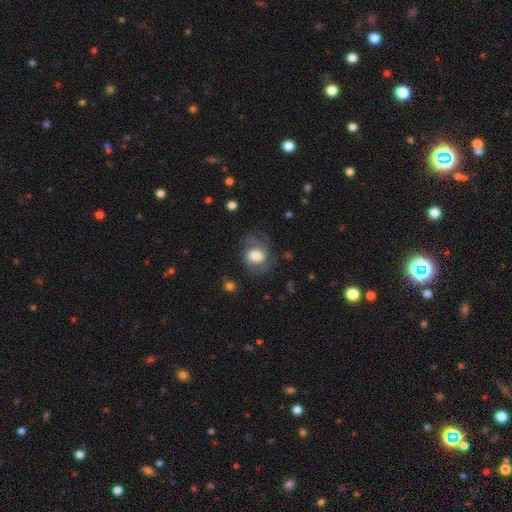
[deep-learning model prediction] smooth-or-featured: featured or disk: 68% | smooth: 24% | star or artifact: 8%
  disk-edge-on: no: 98% | yes: 2%
    bar: no: 62% | weak: 32% | strong: 6%
    has-spiral-arms: yes: 91% | no: 9%
      spiral-winding: medium: 49% | tight: 29% | loose: 21%
      spiral-arm-count: 2: 55% | 3: 16% | can't tell: 15% | 1: 7% | 4: 4% | more than 4: 4%
    bulge-size: large: 54% | moderate: 29% | dominant: 10% | small: 5% | none: 3%
  merging: none: 62% | minor disturbance: 20% | major disturbance: 17% | merger: 2%